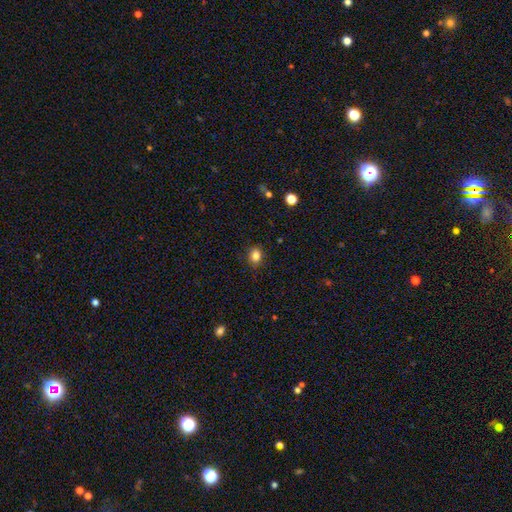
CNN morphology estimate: Smooth or featured? Predicted: smooth (p=0.84). How rounded? Predicted: round (p=0.58). Merging? Predicted: none (p=0.85).